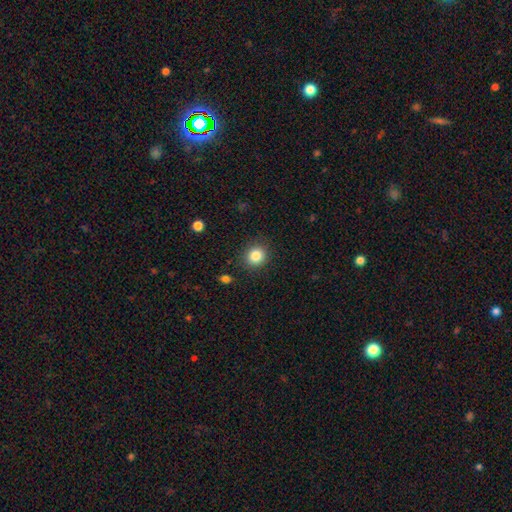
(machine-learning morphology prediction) The model was most divided on "how rounded": round: 83%, in between: 16%, cigar-shaped: 1%. More confident: merging — none (88%); smooth or featured — smooth (85%).